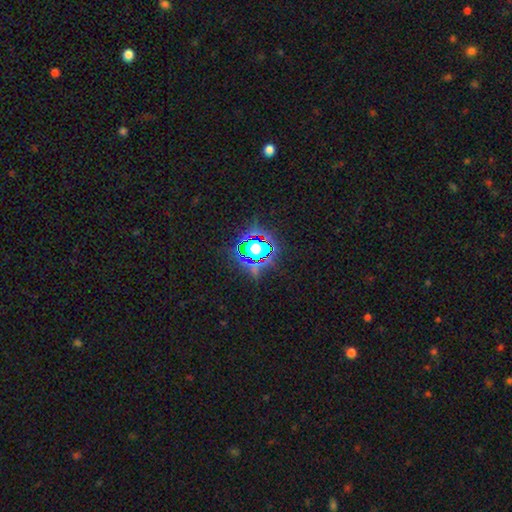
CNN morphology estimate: Smooth or featured?
  - star or artifact: 74% *
  - smooth: 17%
  - featured or disk: 9%